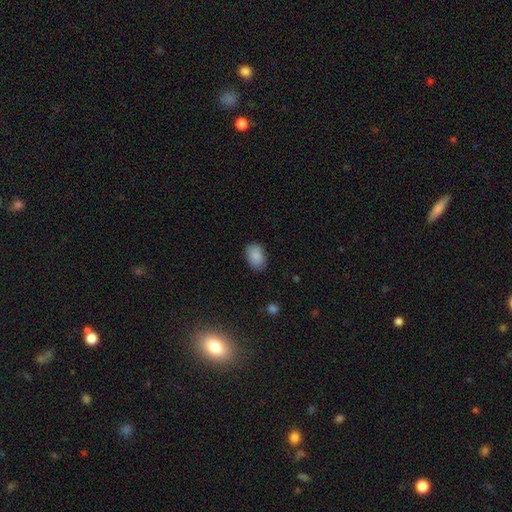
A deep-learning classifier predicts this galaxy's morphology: type=smooth (88%); roundness=in between (87%); merging=none (82%).